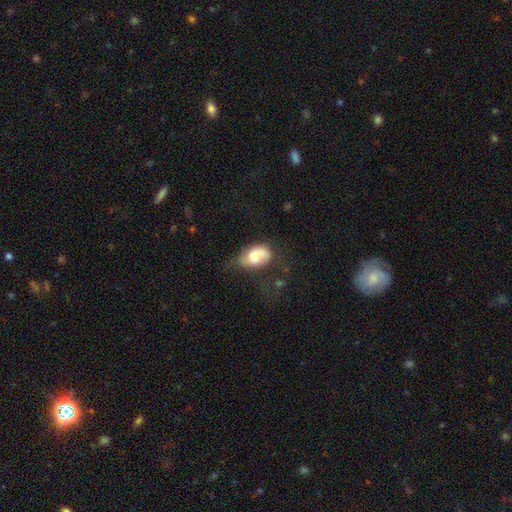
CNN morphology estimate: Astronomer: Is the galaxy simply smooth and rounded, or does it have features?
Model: smooth — 63%.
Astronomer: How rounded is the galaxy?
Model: in between — 84%.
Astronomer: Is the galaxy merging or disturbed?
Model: minor disturbance — 33% (runner-up: major disturbance, 29%).